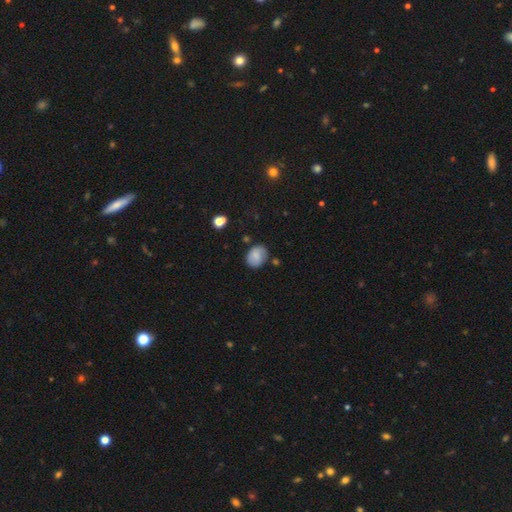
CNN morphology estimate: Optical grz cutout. It shows a smooth galaxy with no disk features (76%) that is in between round and cigar-shaped (52%). Merging: none (74%).